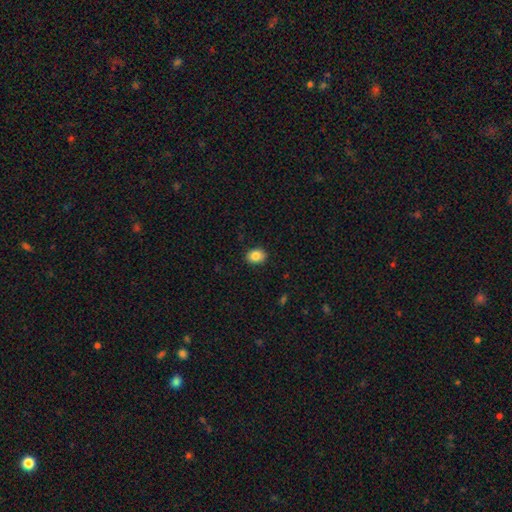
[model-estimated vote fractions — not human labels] Smooth or featured: smooth — 86% (star or artifact — 9%)
How rounded: in between — 61% (round — 38%)
Merging: none — 90% (minor disturbance — 7%)